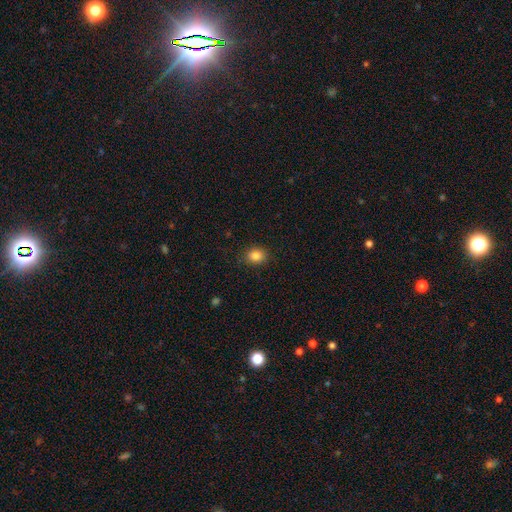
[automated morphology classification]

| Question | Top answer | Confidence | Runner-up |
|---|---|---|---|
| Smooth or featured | smooth | 85% | star or artifact (10%) |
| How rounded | round | 56% | in between (43%) |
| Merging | none | 86% | minor disturbance (11%) |